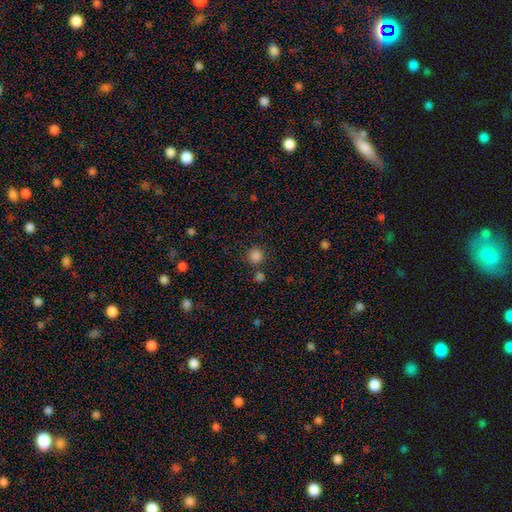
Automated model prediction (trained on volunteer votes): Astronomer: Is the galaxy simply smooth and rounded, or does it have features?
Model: smooth — 84%.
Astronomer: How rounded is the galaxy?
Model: round — 93%.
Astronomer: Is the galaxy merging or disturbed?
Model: none — 82%.